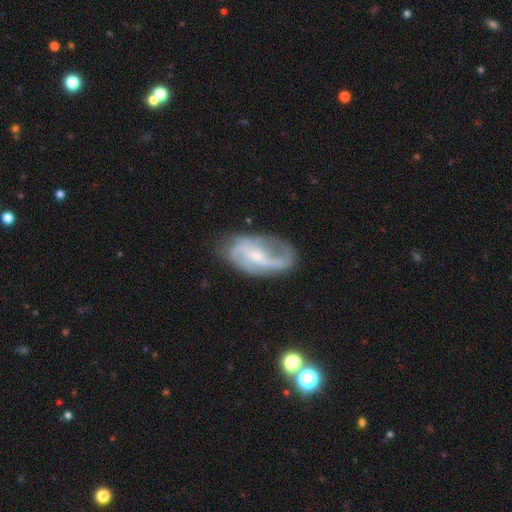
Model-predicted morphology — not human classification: type=featured or disk (79%); edge-on=no (96%); bar=weak (44%); spiral arms=yes (91%); winding=medium (43%); arm count=2 (50%); bulge=small (63%); merging=none (59%).